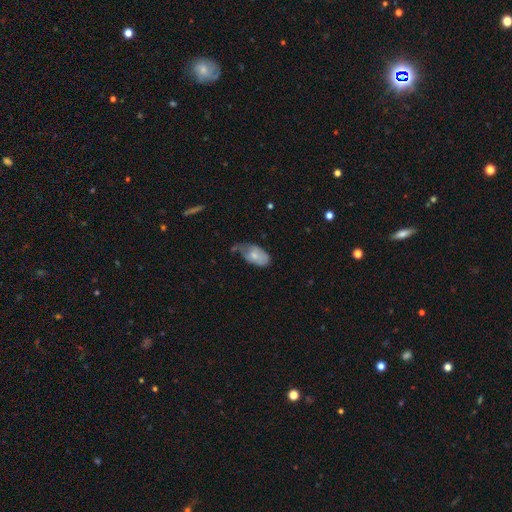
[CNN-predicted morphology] type=smooth (68%); roundness=in between (93%); merging=minor disturbance (41%).